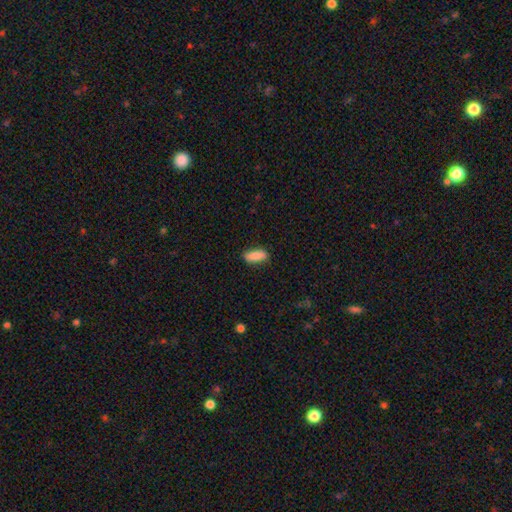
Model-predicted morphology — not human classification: A smooth galaxy with no disk features (88%) that is in between round and cigar-shaped (71%).

Vote fractions:
- Smooth or featured? smooth: 88% / star or artifact: 7% / featured or disk: 5%
- How rounded? in between: 71% / cigar-shaped: 27% / round: 2%
- Merging? none: 85% / minor disturbance: 11% / major disturbance: 2% / merger: 1%